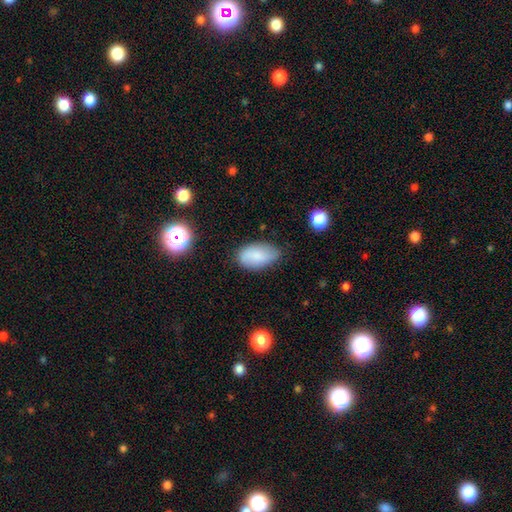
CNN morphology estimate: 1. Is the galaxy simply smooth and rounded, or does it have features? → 77% smooth, 15% featured or disk, 9% star or artifact.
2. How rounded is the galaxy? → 93% in between, 5% round, 2% cigar-shaped.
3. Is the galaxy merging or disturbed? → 72% none, 22% minor disturbance, 5% major disturbance, 2% merger.